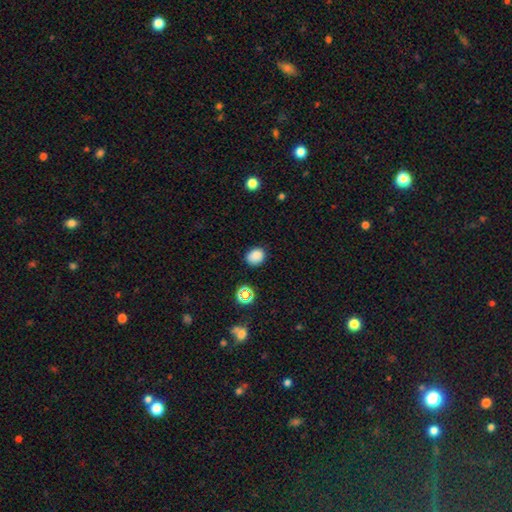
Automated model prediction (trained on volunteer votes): This is clearly a smooth galaxy (81%). How rounded: possibly round (58%). Merging: likely none (78%).